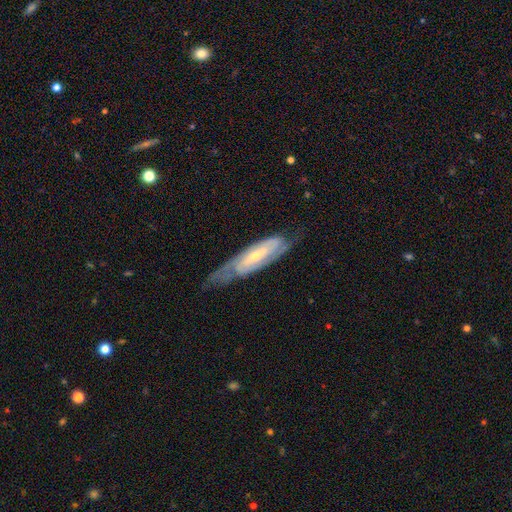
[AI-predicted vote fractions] smooth_or_featured: featured or disk (p=0.81) [alt: smooth p=0.14]
disk_edge_on: no (p=0.80) [alt: yes p=0.20]
bar: weak (p=0.38) [alt: strong p=0.31]
has_spiral_arms: yes (p=0.92) [alt: no p=0.08]
spiral_winding: tight (p=0.50) [alt: medium p=0.37]
spiral_arm_count: 2 (p=0.68) [alt: can't tell p=0.22]
bulge_size: small (p=0.61) [alt: moderate p=0.34]
merging: none (p=0.62) [alt: minor disturbance p=0.24]